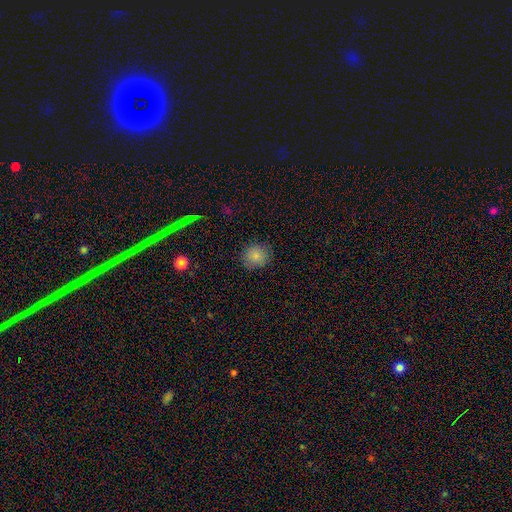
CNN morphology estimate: smooth_or_featured: smooth (p=0.84) [alt: star or artifact p=0.10]
how_rounded: round (p=0.84) [alt: in between p=0.15]
merging: none (p=0.85) [alt: minor disturbance p=0.11]